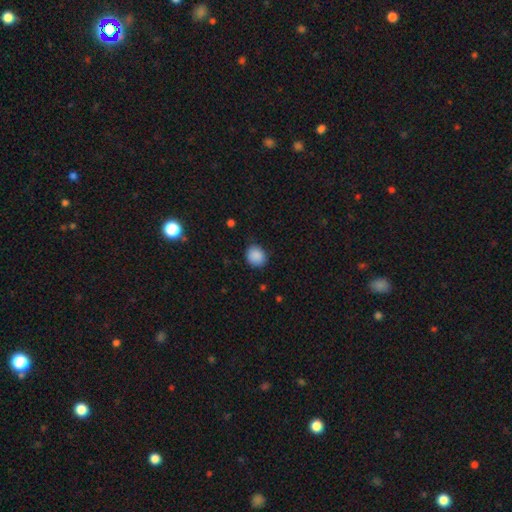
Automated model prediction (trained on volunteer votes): A smooth galaxy with no disk features (89%) that is round (75%). Merging: none (81%).